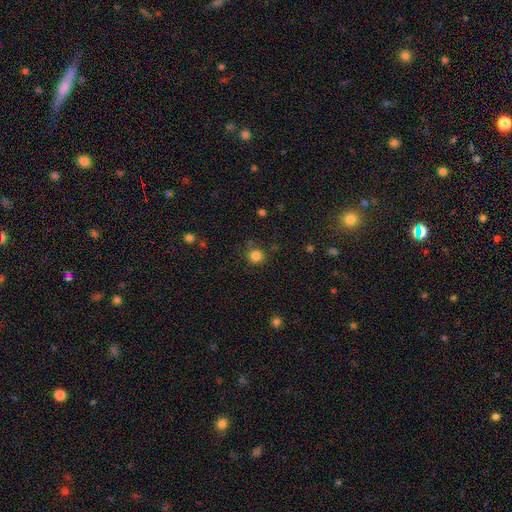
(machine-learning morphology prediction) Overall: smooth (83%). How rounded: round (92%). Merging: none (80%).